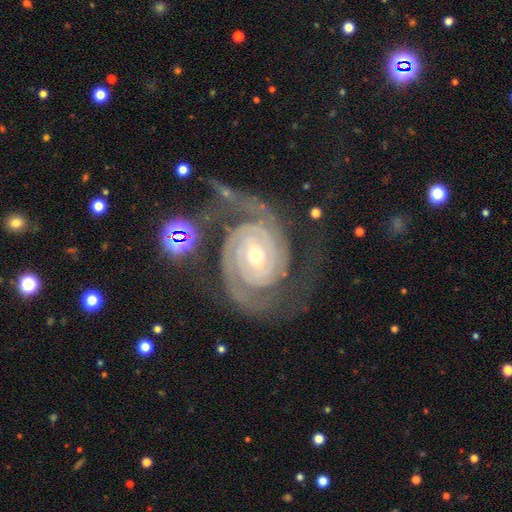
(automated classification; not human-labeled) This appears to be a featured or disk galaxy (92%) with no bar (52%), 2 (77%) tight (73%) spiral arms (98%) and a small central bulge (56%). Merging: none (60%).